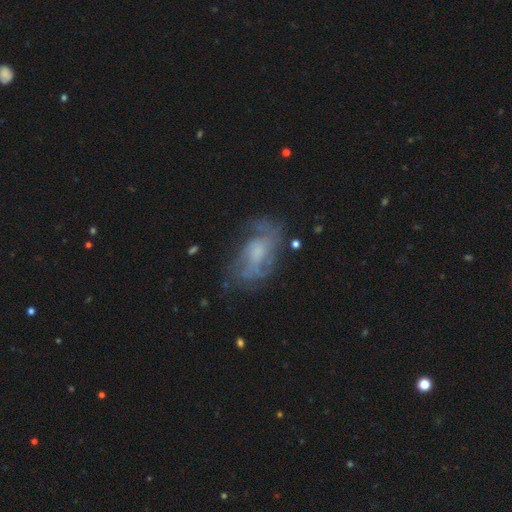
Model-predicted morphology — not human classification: Smooth or featured: featured or disk — 65% (smooth — 23%)
Edge-on disk: no — 94% (yes — 6%)
Bar: no — 60% (weak — 33%)
Spiral arms: yes — 78% (no — 22%)
Bulge size: moderate — 39% (small — 33%)
Merging: none — 63% (minor disturbance — 21%)